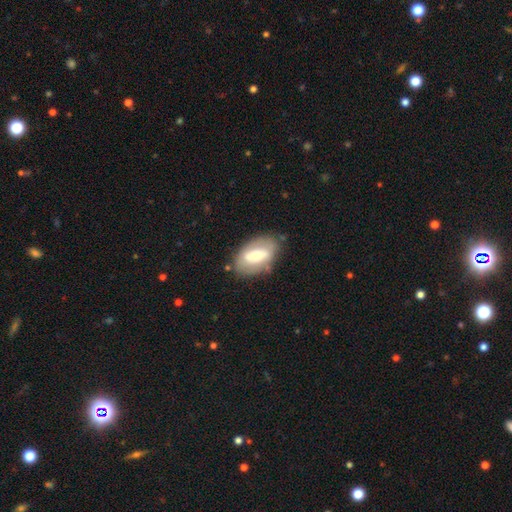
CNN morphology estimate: A smooth galaxy with no disk features (51%) that is in between round and cigar-shaped (91%). Merging: none (68%).